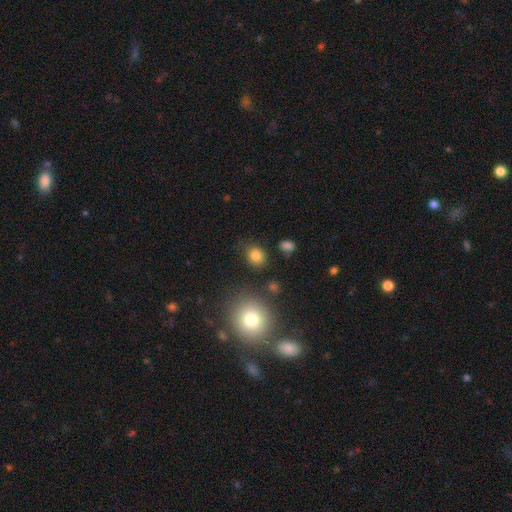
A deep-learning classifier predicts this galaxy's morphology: smooth 82%, star or artifact 13%, featured or disk 6%. Down the decision tree: how rounded — round (69%); merging — none (83%).